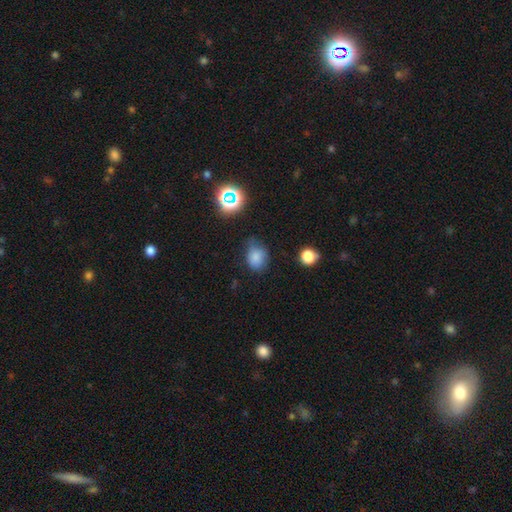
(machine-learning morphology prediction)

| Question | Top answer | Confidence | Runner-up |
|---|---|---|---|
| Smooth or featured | smooth | 78% | star or artifact (14%) |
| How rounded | in between | 58% | round (41%) |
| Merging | none | 57% | minor disturbance (32%) |